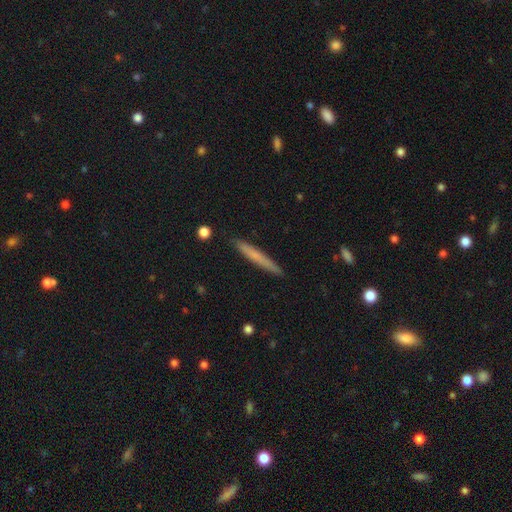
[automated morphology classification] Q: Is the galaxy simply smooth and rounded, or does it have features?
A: smooth — 64%.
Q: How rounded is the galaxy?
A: cigar-shaped — 96%.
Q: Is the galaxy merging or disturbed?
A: none — 90%.